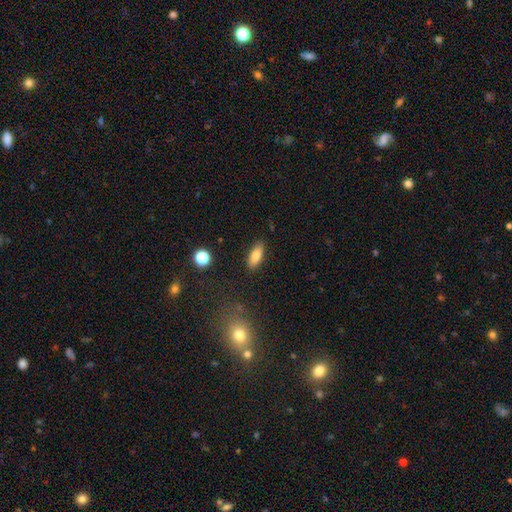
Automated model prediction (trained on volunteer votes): This appears to be a smooth galaxy with no disk features (81%) that is in between round and cigar-shaped (78%). Merging: none (86%).